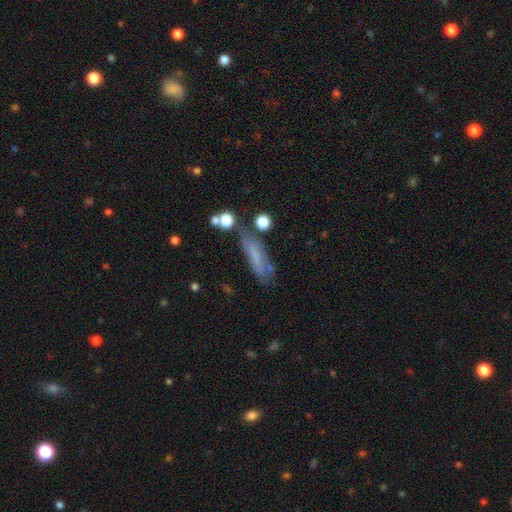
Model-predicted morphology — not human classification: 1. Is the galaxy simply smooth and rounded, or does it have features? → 56% smooth, 29% featured or disk, 15% star or artifact.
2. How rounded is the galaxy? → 69% cigar-shaped, 27% in between, 4% round.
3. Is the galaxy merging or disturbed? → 56% none, 24% minor disturbance, 12% major disturbance, 8% merger.